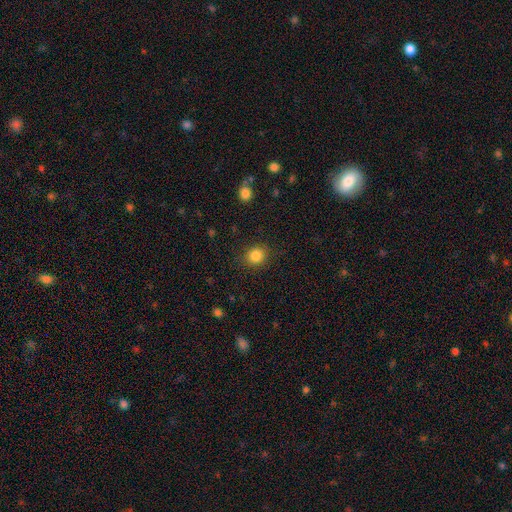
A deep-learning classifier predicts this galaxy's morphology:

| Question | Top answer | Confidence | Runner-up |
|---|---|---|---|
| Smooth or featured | smooth | 85% | star or artifact (11%) |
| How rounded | round | 81% | in between (18%) |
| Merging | none | 88% | minor disturbance (8%) |